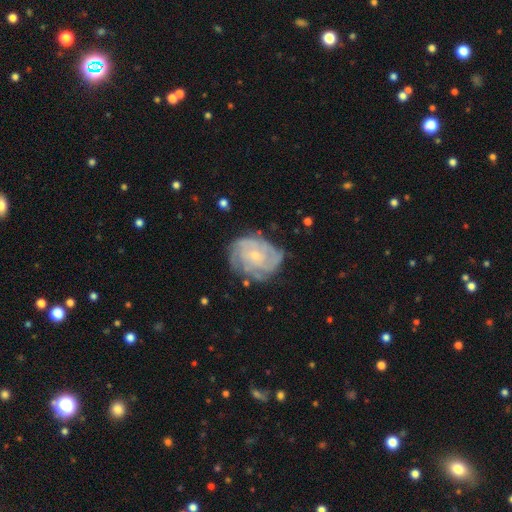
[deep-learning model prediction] smooth_or_featured: featured or disk (p=0.80) [alt: smooth p=0.13]
disk_edge_on: no (p=0.98) [alt: yes p=0.02]
bar: no (p=0.76) [alt: weak p=0.20]
has_spiral_arms: yes (p=0.92) [alt: no p=0.08]
spiral_winding: tight (p=0.67) [alt: medium p=0.26]
spiral_arm_count: can't tell (p=0.39) [alt: 4 p=0.20]
bulge_size: small (p=0.76) [alt: moderate p=0.20]
merging: none (p=0.70) [alt: minor disturbance p=0.20]